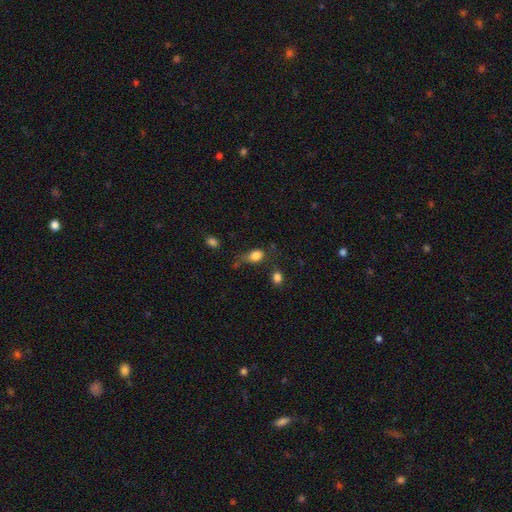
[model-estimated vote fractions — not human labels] This is clearly a smooth galaxy (82%). How rounded: likely in between (74%). Merging: marginally none (40%).